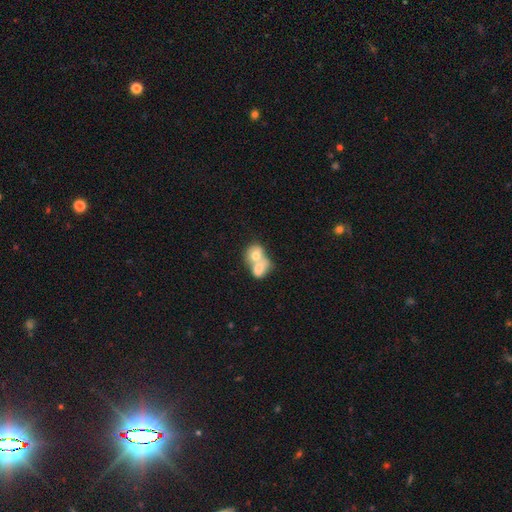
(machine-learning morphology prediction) smooth_or_featured: smooth (p=0.69) [alt: featured or disk p=0.24]
how_rounded: round (p=0.53) [alt: in between p=0.46]
merging: merger (p=0.79) [alt: none p=0.13]